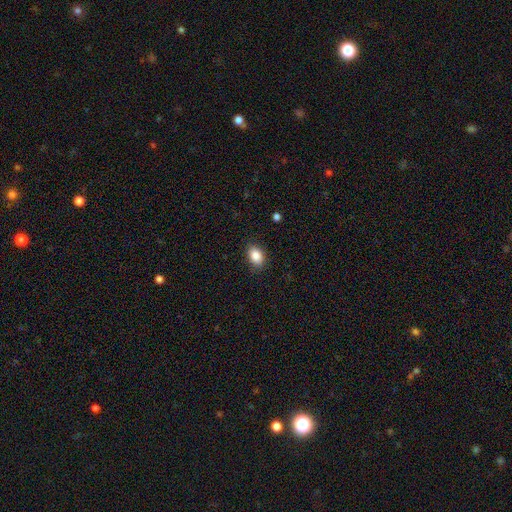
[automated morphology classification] Overall: smooth (87%). How rounded: in between (81%). Merging: none (85%).